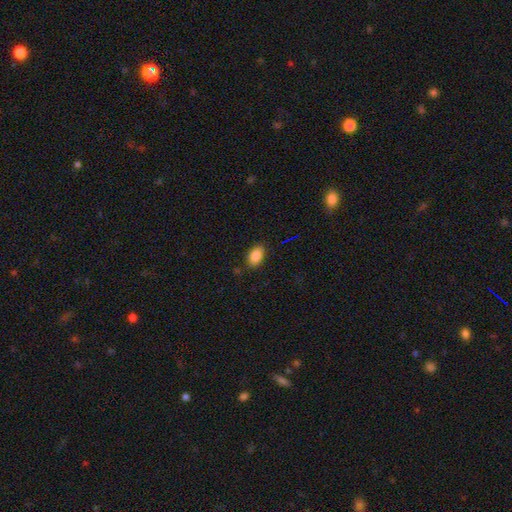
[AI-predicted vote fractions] Q: Smooth or featured?
A: smooth (87%); runner-up: star or artifact (9%)
Q: How rounded?
A: in between (90%); runner-up: round (8%)
Q: Merging?
A: none (84%); runner-up: minor disturbance (12%)